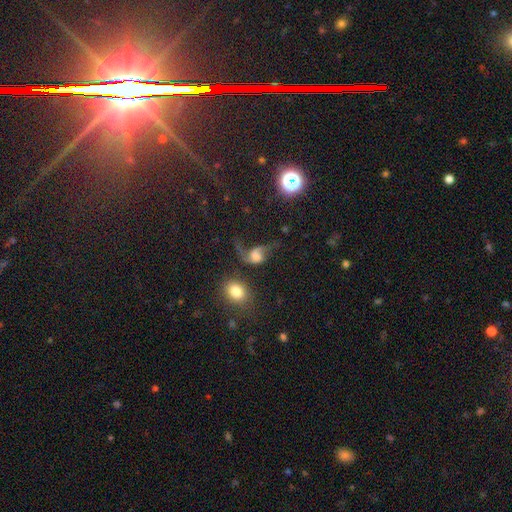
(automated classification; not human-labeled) smooth_or_featured: featured or disk (p=0.64) [alt: smooth p=0.23]
disk_edge_on: no (p=0.97) [alt: yes p=0.03]
bar: no (p=0.57) [alt: weak p=0.34]
has_spiral_arms: yes (p=0.89) [alt: no p=0.11]
spiral_winding: loose (p=0.86) [alt: medium p=0.12]
spiral_arm_count: 2 (p=0.81) [alt: 1 p=0.14]
bulge_size: moderate (p=0.30) [alt: small p=0.25]
merging: major disturbance (p=0.37) [alt: none p=0.34]